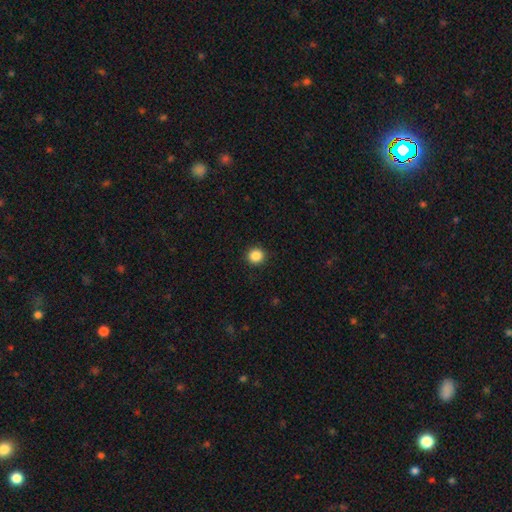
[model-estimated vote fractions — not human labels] smooth-or-featured: smooth: 86% | star or artifact: 10% | featured or disk: 3%
  how-rounded: round: 93% | in between: 7% | cigar-shaped: 1%
  merging: none: 92% | minor disturbance: 5% | major disturbance: 2% | merger: 1%